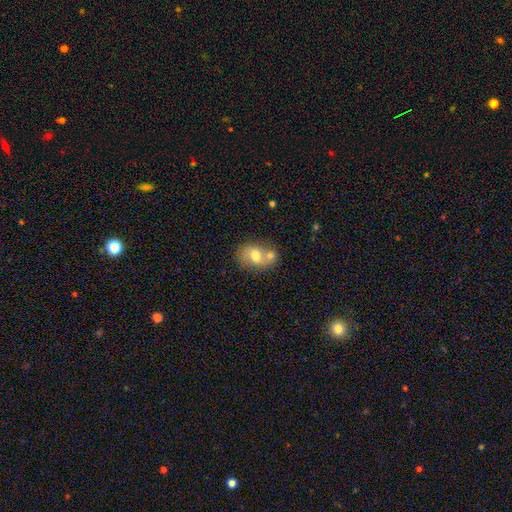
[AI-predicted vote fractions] A smooth galaxy with no disk features (66%) that is in between round and cigar-shaped (61%). Merging: merger (43%).